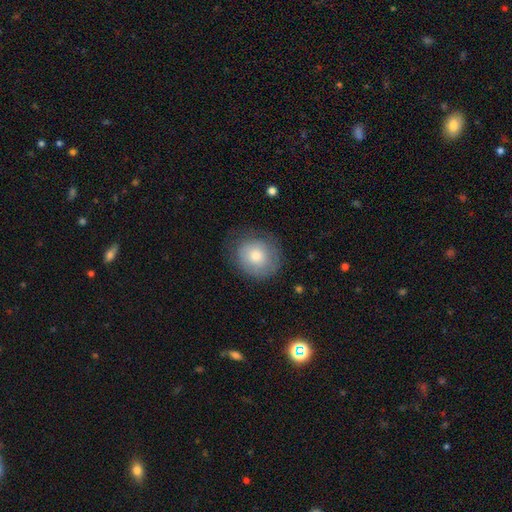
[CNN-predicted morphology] A smooth galaxy with no disk features (67%) that is round (81%). Merging: none (73%).